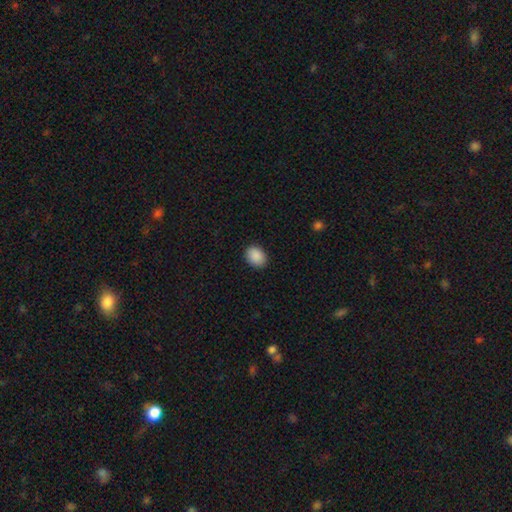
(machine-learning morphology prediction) A smooth galaxy with no disk features (90%) that is in between round and cigar-shaped (61%).

Vote fractions:
- Smooth or featured? smooth: 90% / star or artifact: 7% / featured or disk: 3%
- How rounded? in between: 61% / round: 38% / cigar-shaped: 1%
- Merging? none: 89% / minor disturbance: 8% / major disturbance: 2% / merger: 1%